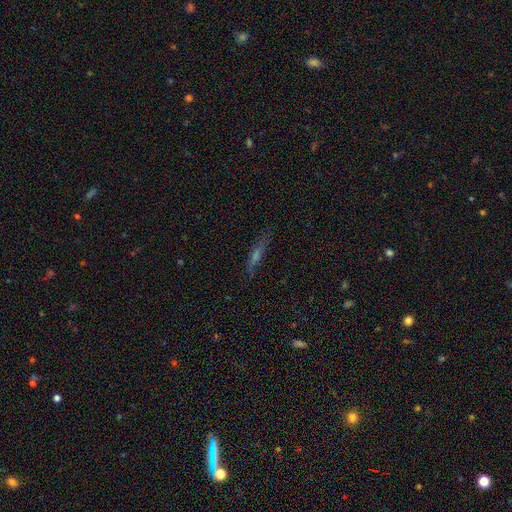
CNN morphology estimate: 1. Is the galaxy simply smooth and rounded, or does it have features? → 44% featured or disk, 39% smooth, 17% star or artifact.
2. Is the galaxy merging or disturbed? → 79% none, 15% minor disturbance, 4% major disturbance, 2% merger.